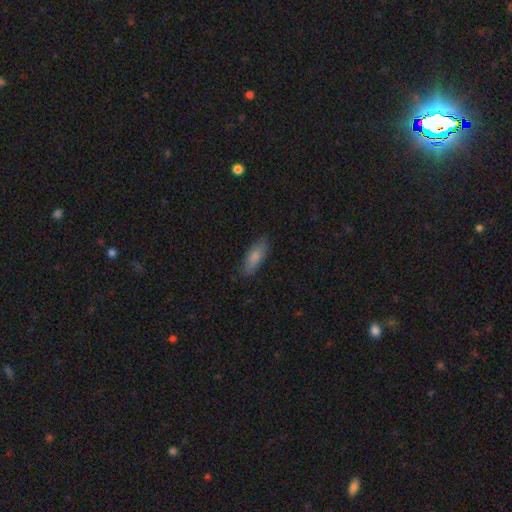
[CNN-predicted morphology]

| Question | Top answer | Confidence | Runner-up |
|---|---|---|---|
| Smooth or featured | smooth | 78% | featured or disk (15%) |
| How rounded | in between | 64% | cigar-shaped (33%) |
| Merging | none | 85% | minor disturbance (12%) |